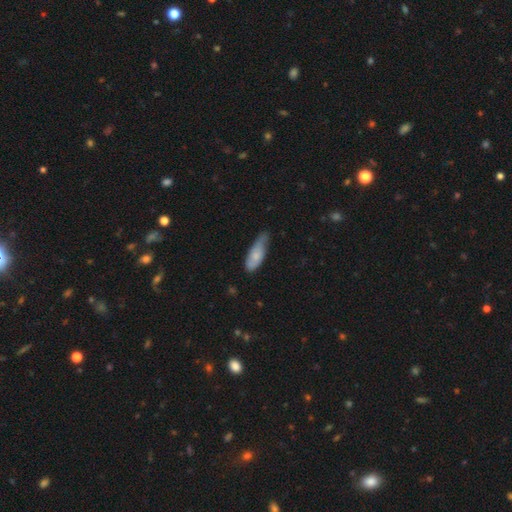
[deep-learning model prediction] Q: Smooth or featured?
A: smooth (72%); runner-up: featured or disk (22%)
Q: How rounded?
A: in between (70%); runner-up: cigar-shaped (28%)
Q: Merging?
A: minor disturbance (47%); runner-up: none (38%)